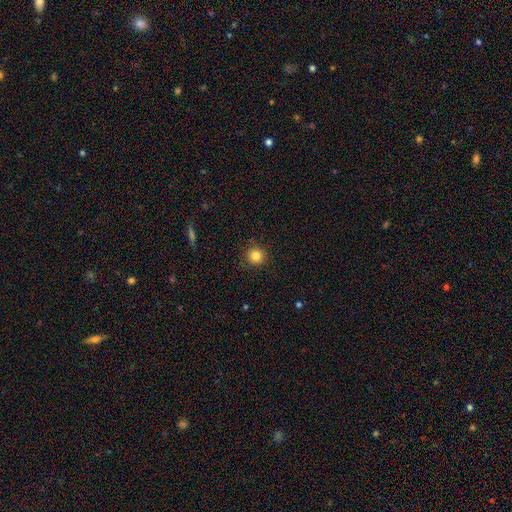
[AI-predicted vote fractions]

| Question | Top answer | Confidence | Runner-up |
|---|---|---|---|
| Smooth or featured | smooth | 83% | star or artifact (11%) |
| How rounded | round | 94% | in between (5%) |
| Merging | none | 88% | minor disturbance (8%) |